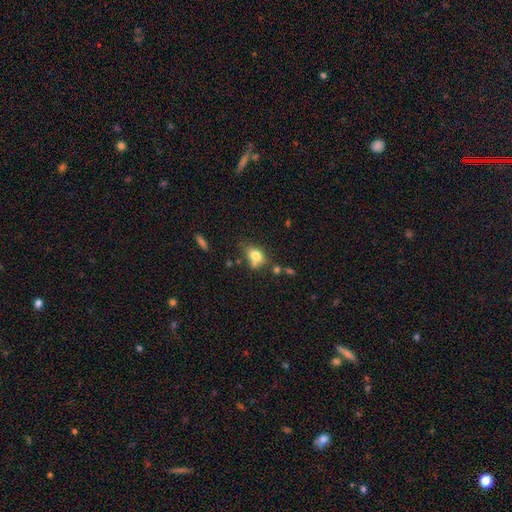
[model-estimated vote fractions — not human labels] smooth 77%, featured or disk 13%, star or artifact 10%. Down the decision tree: how rounded — in between (74%); merging — none (54%).